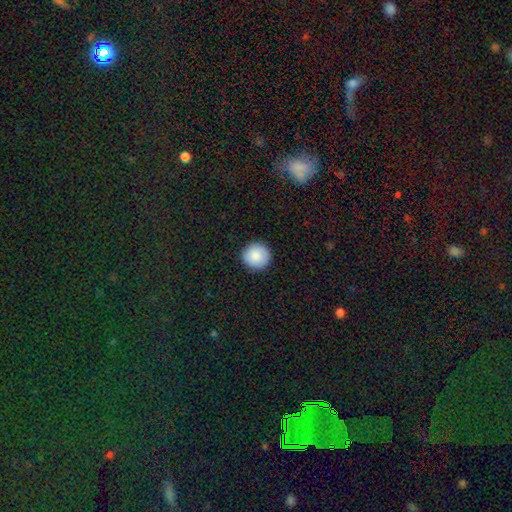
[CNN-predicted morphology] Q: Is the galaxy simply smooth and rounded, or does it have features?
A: smooth — 88%.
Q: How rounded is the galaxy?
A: round — 94%.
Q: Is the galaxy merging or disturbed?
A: none — 92%.